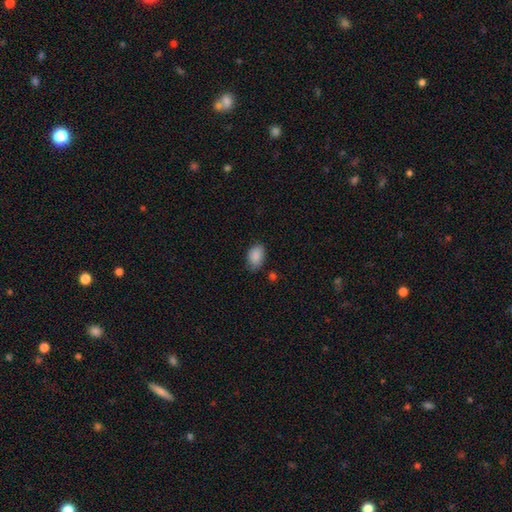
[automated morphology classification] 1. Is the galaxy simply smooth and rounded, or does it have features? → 88% smooth, 7% star or artifact, 4% featured or disk.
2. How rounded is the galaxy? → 87% in between, 12% round, 1% cigar-shaped.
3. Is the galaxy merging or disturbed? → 74% none, 20% minor disturbance, 4% major disturbance, 2% merger.